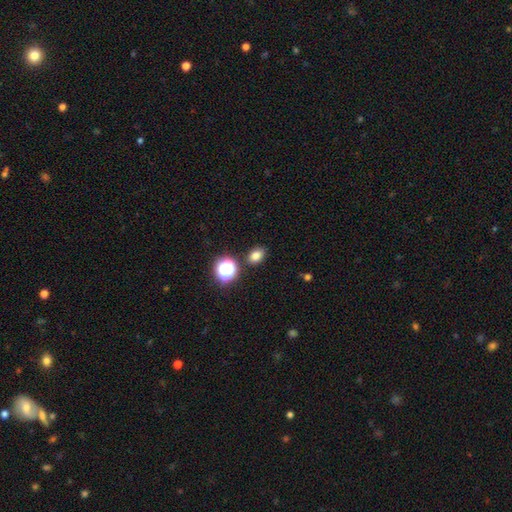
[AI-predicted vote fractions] Overall: smooth (78%). How rounded: in between (64%; round 35%). Merging: none (84%).